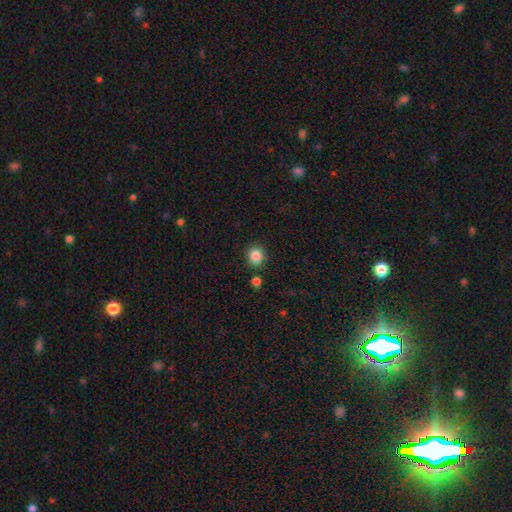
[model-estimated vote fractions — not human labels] smooth 86%, star or artifact 10%, featured or disk 4%. Down the decision tree: how rounded — round (80%); merging — none (85%).